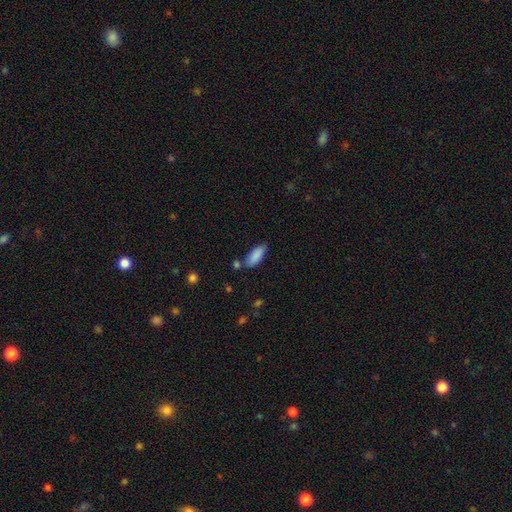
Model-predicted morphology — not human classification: A smooth galaxy with no disk features (87%) that is in between round and cigar-shaped (76%). Merging: none (67%).